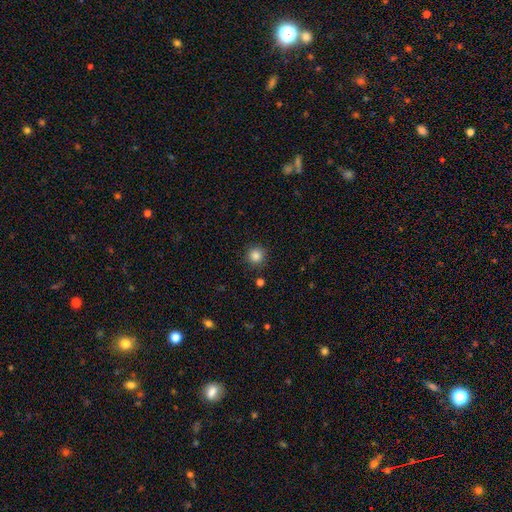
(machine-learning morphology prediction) The model was most divided on "smooth or featured": smooth: 85%, star or artifact: 11%, featured or disk: 4%. More confident: how rounded — round (94%); merging — none (89%).